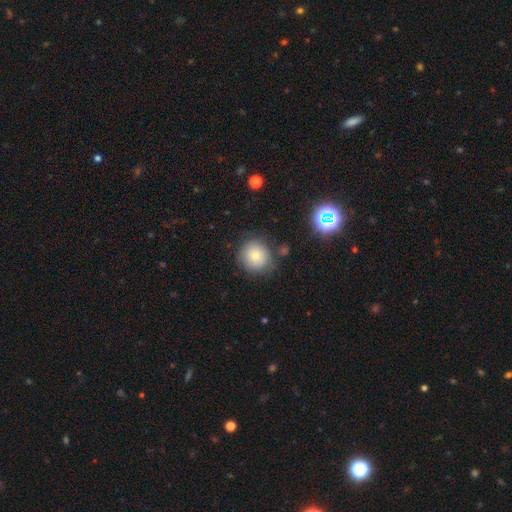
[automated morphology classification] This is likely a smooth galaxy (78%). How rounded: clearly round (90%). Merging: likely none (76%).